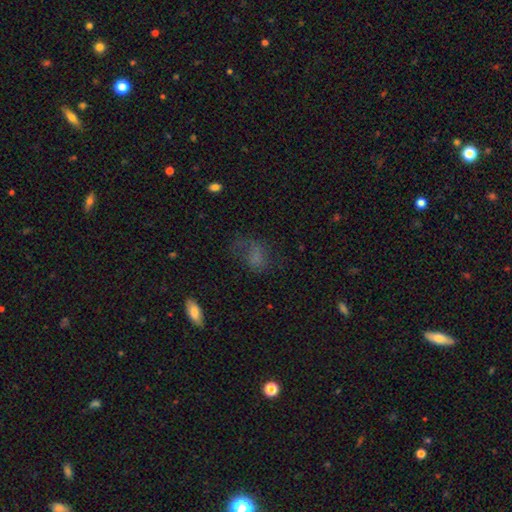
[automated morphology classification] Overall: smooth (56%; featured or disk 25%). How rounded: in between (70%). Merging: none (39%; major disturbance 35%).